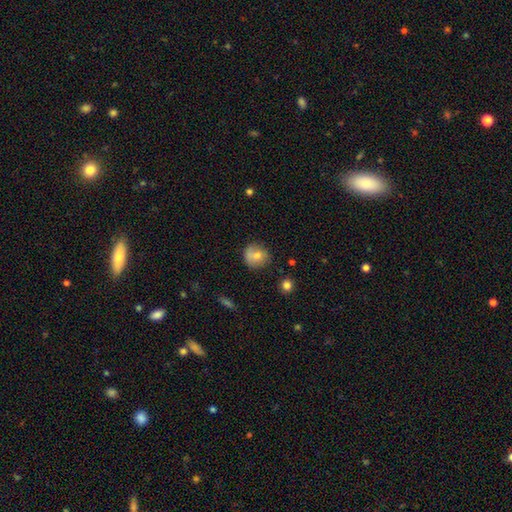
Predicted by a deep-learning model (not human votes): Smooth or featured?
  - smooth: 71% *
  - featured or disk: 19%
  - star or artifact: 10%
How rounded?
  - round: 84% *
  - in between: 15%
  - cigar-shaped: 1%
Merging?
  - none: 67% *
  - minor disturbance: 22%
  - major disturbance: 6%
  - merger: 4%